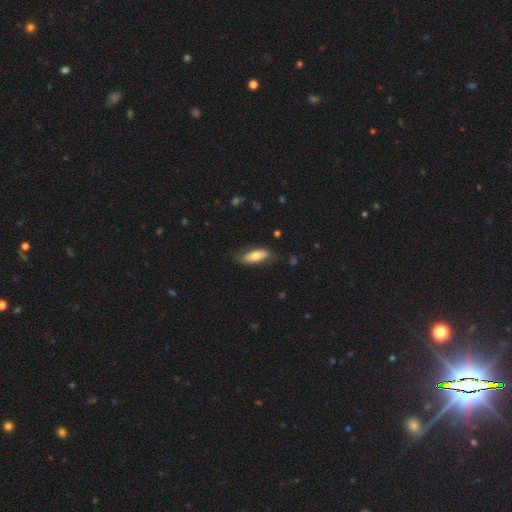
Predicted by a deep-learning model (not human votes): Smooth or featured?
  - smooth: 64% *
  - featured or disk: 30%
  - star or artifact: 6%
How rounded?
  - in between: 64% *
  - cigar-shaped: 33%
  - round: 3%
Merging?
  - none: 77% *
  - minor disturbance: 18%
  - major disturbance: 4%
  - merger: 1%